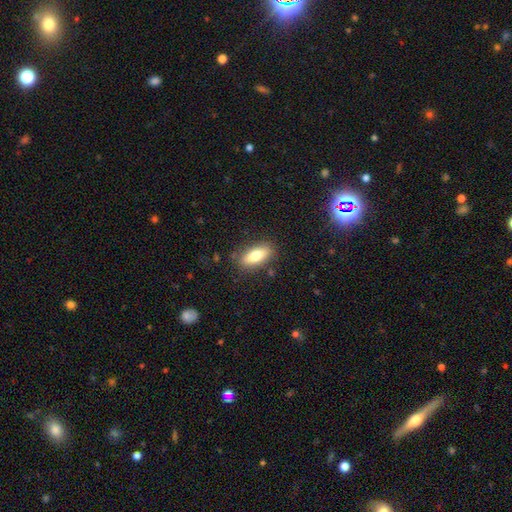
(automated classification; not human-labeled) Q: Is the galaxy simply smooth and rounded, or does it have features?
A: smooth — 73%.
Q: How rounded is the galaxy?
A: in between — 75%.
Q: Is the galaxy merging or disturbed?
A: none — 84%.